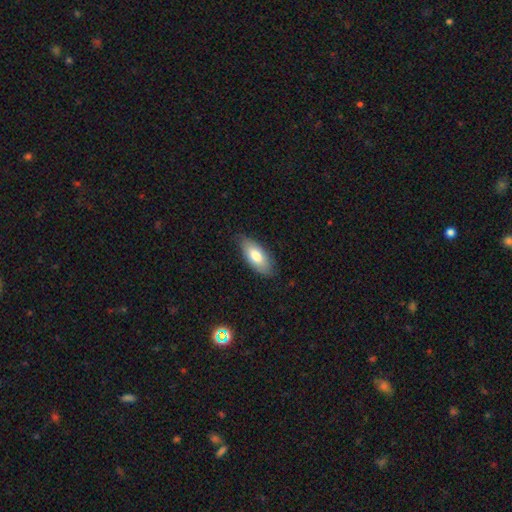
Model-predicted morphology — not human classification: smooth-or-featured: smooth: 76% | featured or disk: 18% | star or artifact: 6%
  how-rounded: in between: 89% | cigar-shaped: 9% | round: 2%
  merging: none: 77% | minor disturbance: 18% | major disturbance: 3% | merger: 1%